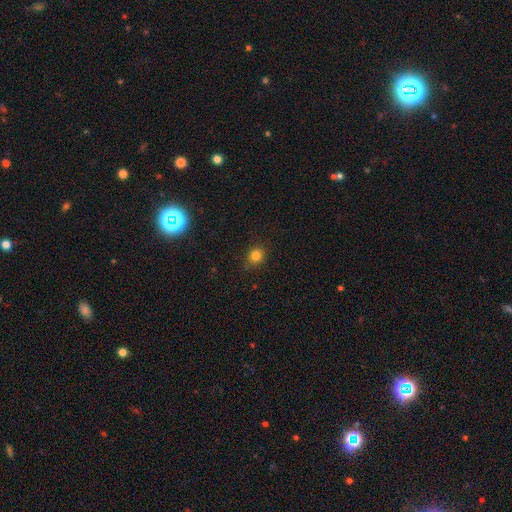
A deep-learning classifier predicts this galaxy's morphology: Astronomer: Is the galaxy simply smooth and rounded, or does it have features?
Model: smooth — 80%.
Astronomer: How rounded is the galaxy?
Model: round — 80%.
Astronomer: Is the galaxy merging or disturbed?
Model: none — 84%.